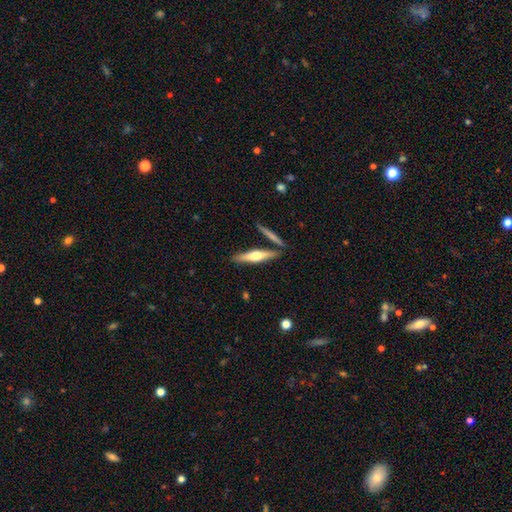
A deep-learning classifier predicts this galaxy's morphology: smooth-or-featured: featured or disk: 52% | smooth: 43% | star or artifact: 5%
  disk-edge-on: yes: 95% | no: 5%
  merging: none: 79% | merger: 10% | minor disturbance: 9% | major disturbance: 2%